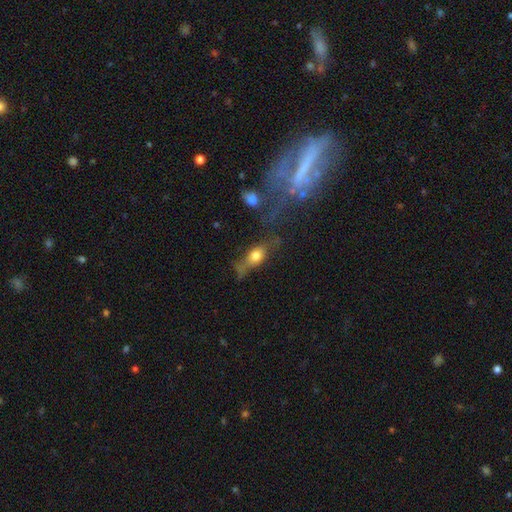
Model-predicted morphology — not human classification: type=smooth (68%); roundness=in between (67%); merging=none (37%).